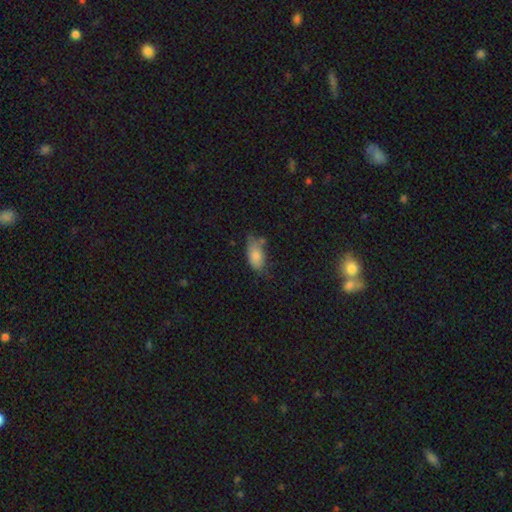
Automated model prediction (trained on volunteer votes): Q: Smooth or featured?
A: smooth (76%); runner-up: featured or disk (14%)
Q: How rounded?
A: in between (89%); runner-up: cigar-shaped (6%)
Q: Merging?
A: none (46%); runner-up: minor disturbance (35%)